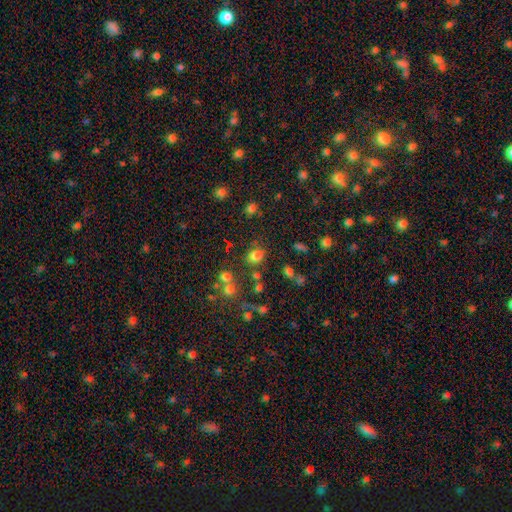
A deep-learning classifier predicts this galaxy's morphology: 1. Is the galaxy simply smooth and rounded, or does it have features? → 76% smooth, 17% star or artifact, 7% featured or disk.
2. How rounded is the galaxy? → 58% in between, 40% round, 1% cigar-shaped.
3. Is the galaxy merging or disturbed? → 73% none, 14% minor disturbance, 9% merger, 5% major disturbance.